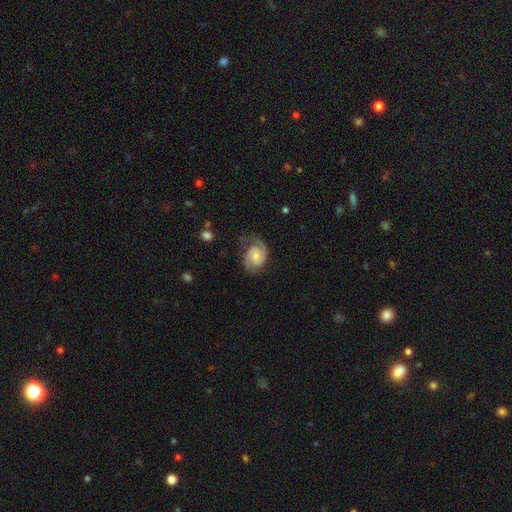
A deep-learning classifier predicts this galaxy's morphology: The model was most divided on "bulge size": small: 45%, moderate: 36%, none: 11%, large: 5%, dominant: 2%. Remaining: edge-on disk — no (98%); spiral arms — yes (97%); spiral arm count — 2 (89%); smooth or featured — featured or disk (83%); merging — none (70%); bar — no (57%); spiral winding — medium (48%).